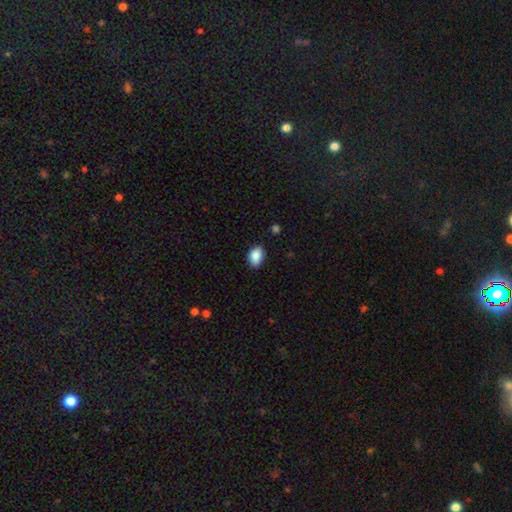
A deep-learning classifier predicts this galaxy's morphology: A smooth galaxy with no disk features (88%) that is in between round and cigar-shaped (85%).

Vote fractions:
- Smooth or featured? smooth: 88% / star or artifact: 7% / featured or disk: 4%
- How rounded? in between: 85% / round: 14% / cigar-shaped: 1%
- Merging? none: 83% / minor disturbance: 14% / major disturbance: 2% / merger: 1%